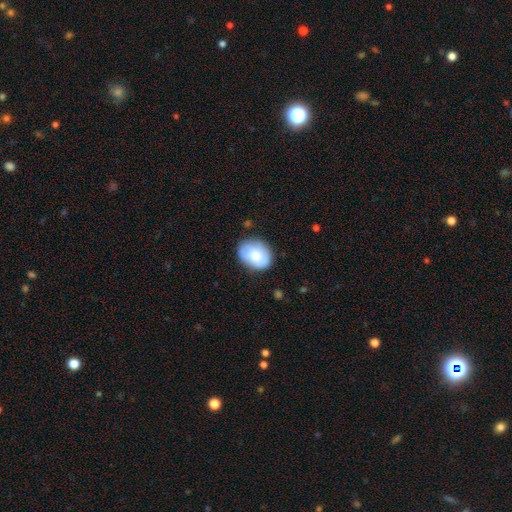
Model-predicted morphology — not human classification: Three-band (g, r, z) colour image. It shows a smooth galaxy with no disk features (72%) that is in between round and cigar-shaped (56%). Merging: none (75%).